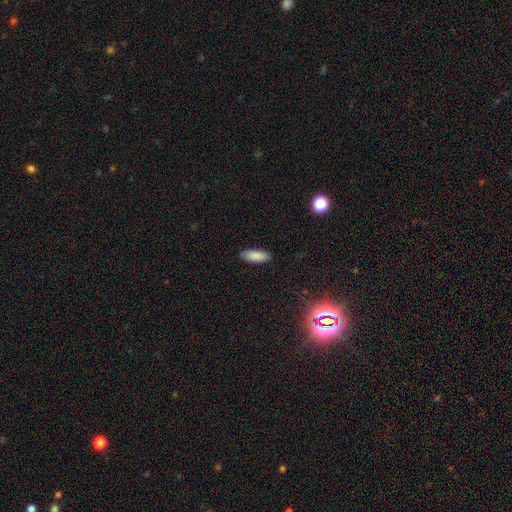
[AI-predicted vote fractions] This appears to be a smooth galaxy with no disk features (88%) that is in between round and cigar-shaped (80%). Merging: none (88%).